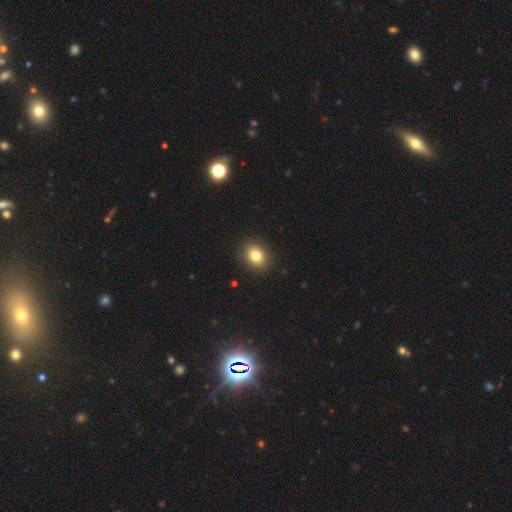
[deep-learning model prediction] Smooth or featured: smooth — 83% (star or artifact — 10%)
How rounded: in between — 65% (round — 34%)
Merging: none — 90% (minor disturbance — 7%)